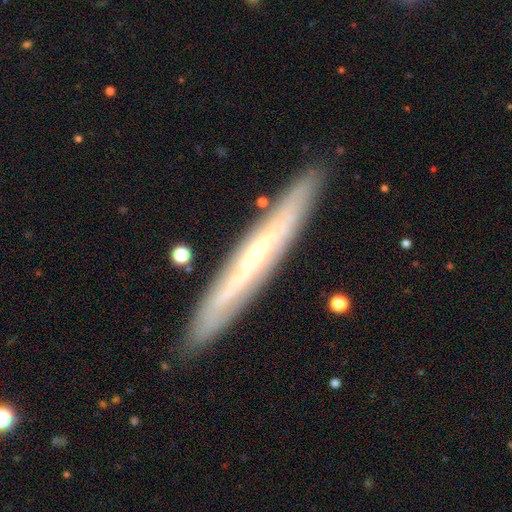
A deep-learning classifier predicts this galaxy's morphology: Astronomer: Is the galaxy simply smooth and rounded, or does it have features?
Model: featured or disk — 71%.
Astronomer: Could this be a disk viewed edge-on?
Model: yes — 78%.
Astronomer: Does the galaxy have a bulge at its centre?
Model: rounded — 53% (runner-up: none, 44%).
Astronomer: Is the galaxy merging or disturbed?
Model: none — 87%.